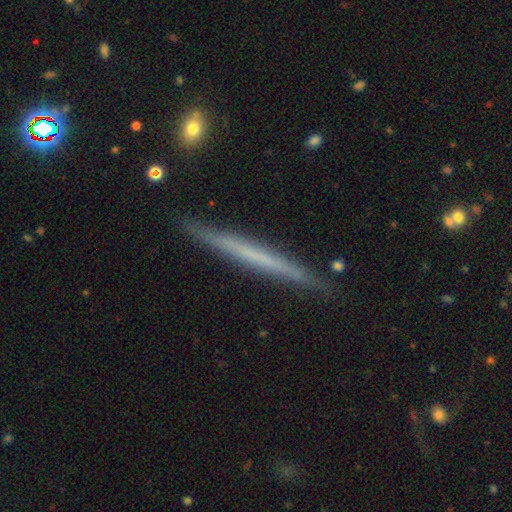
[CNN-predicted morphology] Overall: featured or disk (55%; smooth 40%). Edge-on disk: yes (97%). Edge-on bulge: none (92%). Merging: none (89%).